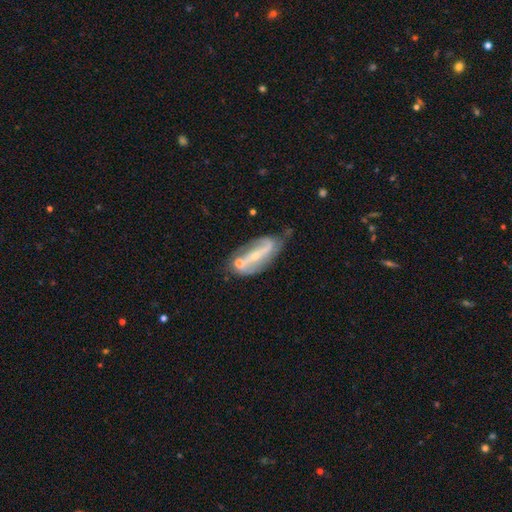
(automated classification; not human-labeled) Smooth or featured? featured or disk (83%)
Edge-on disk? no (92%)
Bar? strong (51%)
Spiral arms? yes (91%)
Spiral winding? loose (44%)
Spiral arm count? 2 (85%)
Bulge size? small (69%)
Merging? none (55%)